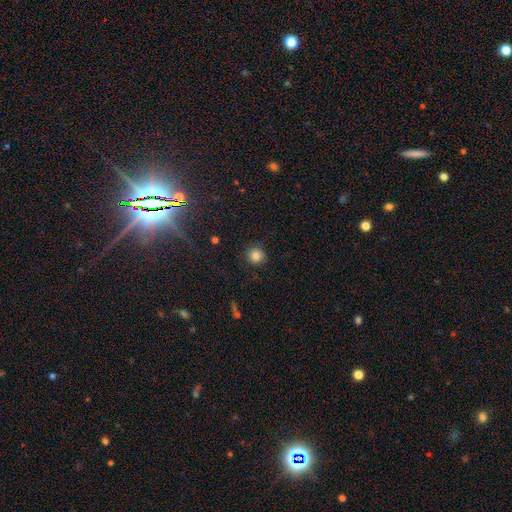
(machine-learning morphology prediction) A smooth galaxy with no disk features (84%) that is round (91%).

Vote fractions:
- Smooth or featured? smooth: 84% / star or artifact: 11% / featured or disk: 5%
- How rounded? round: 91% / in between: 8% / cigar-shaped: 1%
- Merging? none: 86% / minor disturbance: 10% / major disturbance: 3% / merger: 1%